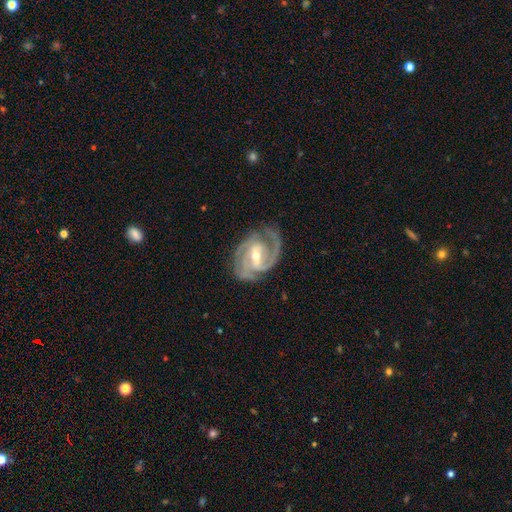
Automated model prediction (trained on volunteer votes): featured or disk 92%, smooth 4%, star or artifact 4%. Down the decision tree: edge-on disk — no (97%); bar — strong (44%); spiral arms — yes (98%); spiral arm count — 2 (48%); spiral winding — tight (50%); bulge size — moderate (53%); merging — none (74%).